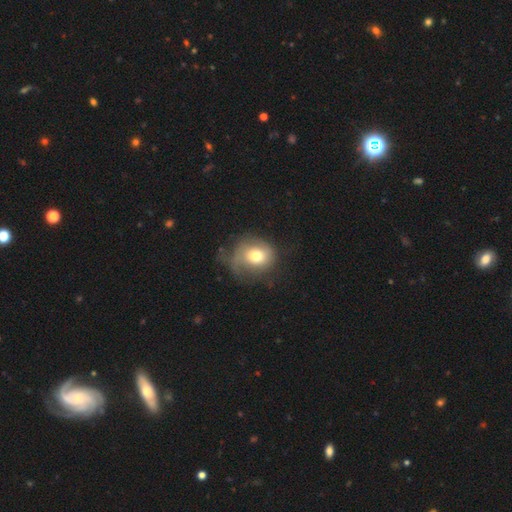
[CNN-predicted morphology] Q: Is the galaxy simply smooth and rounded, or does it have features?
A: smooth — 67%.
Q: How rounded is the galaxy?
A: round — 76%.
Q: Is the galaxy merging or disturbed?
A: none — 40%.